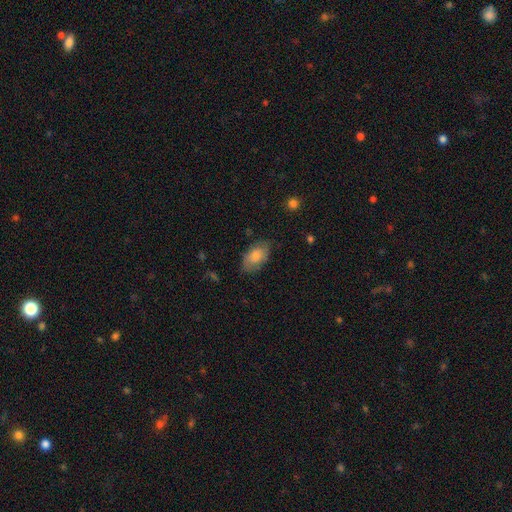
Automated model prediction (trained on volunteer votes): A smooth galaxy with no disk features (74%) that is in between round and cigar-shaped (92%). Merging: none (77%).